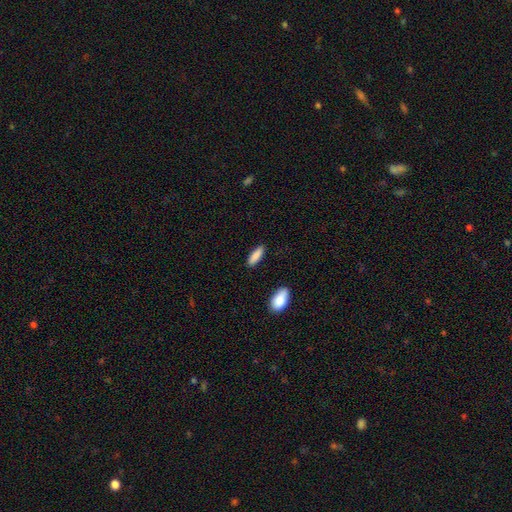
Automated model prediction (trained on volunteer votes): The model was most divided on "how rounded": in between: 53%, cigar-shaped: 45%, round: 2%. More confident: smooth or featured — smooth (88%); merging — none (87%).